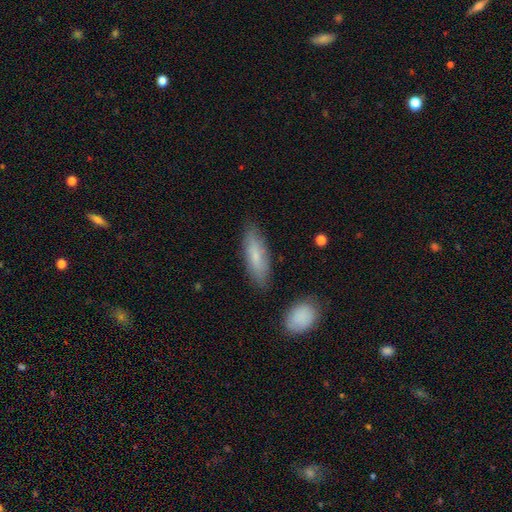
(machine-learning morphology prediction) This appears to be a smooth galaxy with no disk features (71%) that is in between round and cigar-shaped (52%). Merging: none (81%).